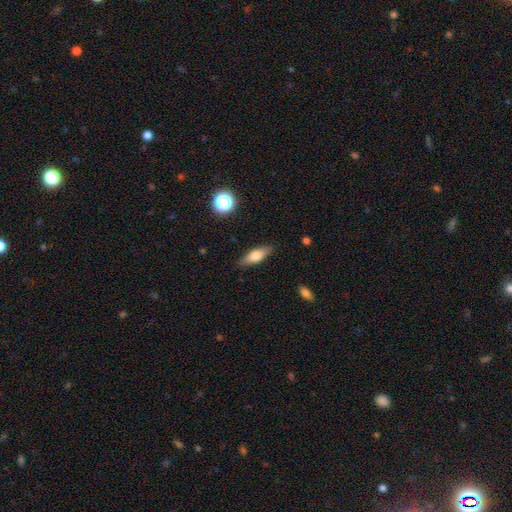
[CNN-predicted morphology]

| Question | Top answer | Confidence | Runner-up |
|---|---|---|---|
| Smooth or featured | smooth | 64% | featured or disk (28%) |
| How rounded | in between | 59% | cigar-shaped (37%) |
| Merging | none | 86% | minor disturbance (10%) |